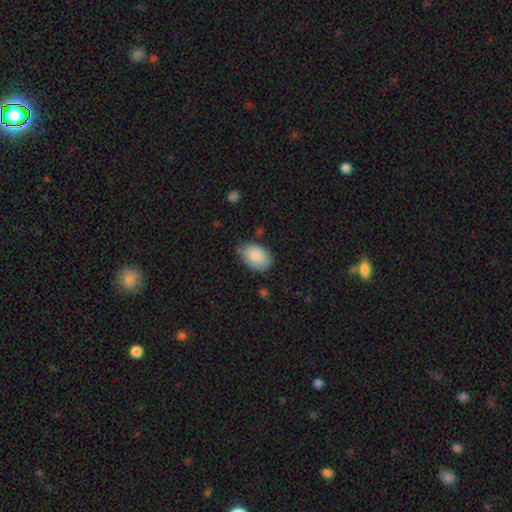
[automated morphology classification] smooth 87%, featured or disk 7%, star or artifact 6%. Down the decision tree: how rounded — in between (88%); merging — none (75%).